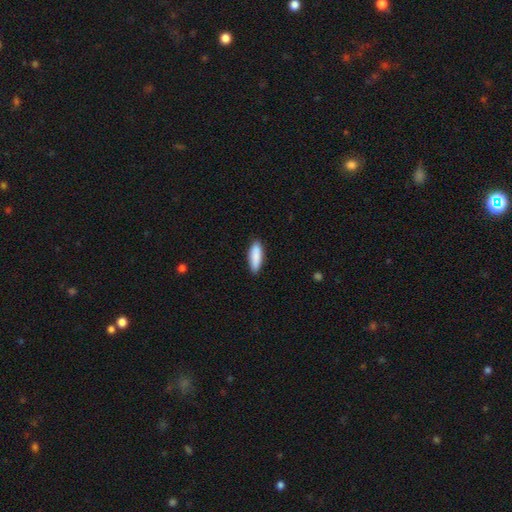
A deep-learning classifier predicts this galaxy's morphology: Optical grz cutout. It shows a smooth galaxy with no disk features (88%) that is in between round and cigar-shaped (51%). Merging: none (87%).